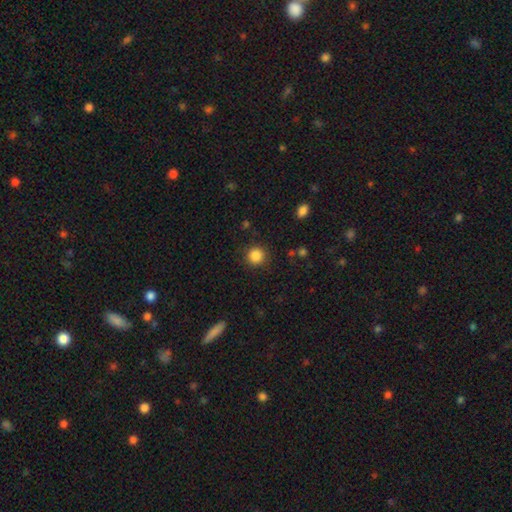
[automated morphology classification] Smooth or featured?
  - smooth: 86% *
  - star or artifact: 11%
  - featured or disk: 4%
How rounded?
  - round: 93% *
  - in between: 6%
  - cigar-shaped: 1%
Merging?
  - none: 89% *
  - minor disturbance: 7%
  - major disturbance: 3%
  - merger: 1%